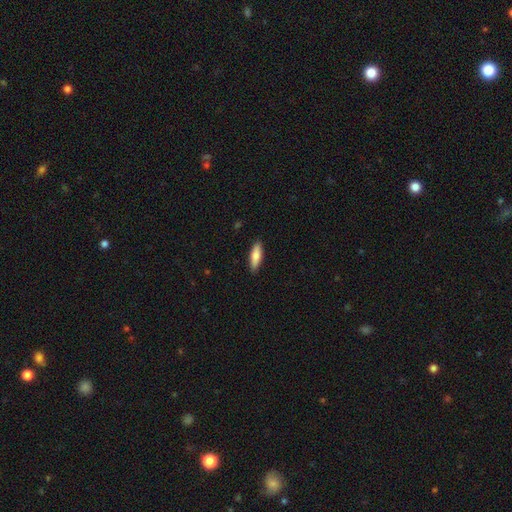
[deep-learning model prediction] Overall: smooth (80%). How rounded: cigar-shaped (51%; in between 47%). Merging: none (90%).